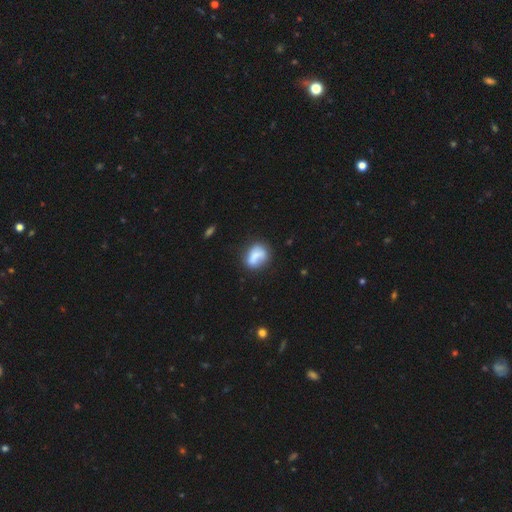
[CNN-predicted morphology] Smooth or featured: smooth — 69% (featured or disk — 23%)
How rounded: in between — 62% (round — 35%)
Merging: none — 49% (minor disturbance — 26%)